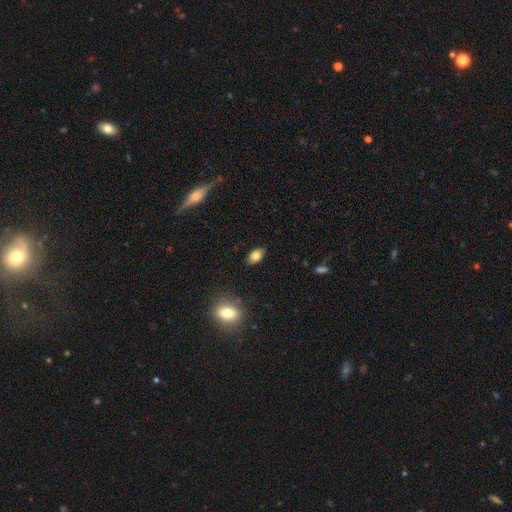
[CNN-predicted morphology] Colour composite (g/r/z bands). It shows a smooth galaxy with no disk features (82%) that is in between round and cigar-shaped (89%). Merging: none (86%).